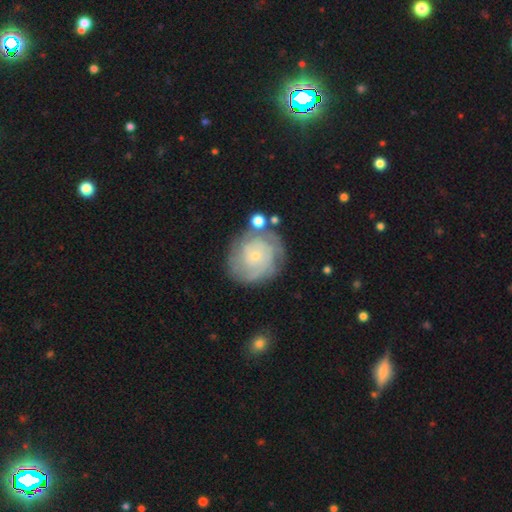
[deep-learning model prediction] The model was most divided on "spiral arm count": can't tell: 37%, 3: 21%, 2: 19%, 4: 12%, more than 4: 6%, 1: 6%. More confident: edge-on disk — no (98%); spiral arms — yes (91%); bulge size — small (81%); bar — no (80%); smooth or featured — featured or disk (76%); merging — none (70%); spiral winding — tight (69%).